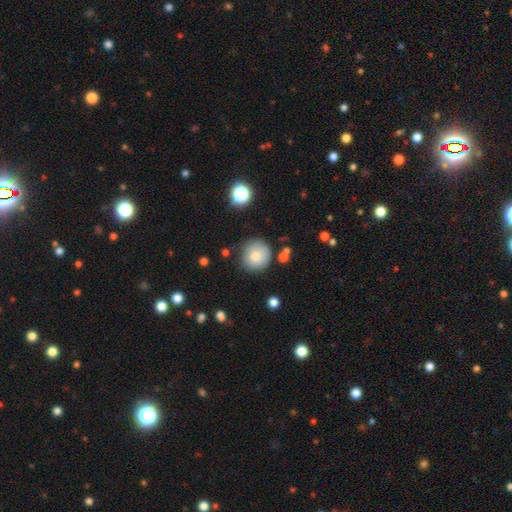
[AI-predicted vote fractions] Smooth or featured? smooth (76%)
How rounded? round (92%)
Merging? none (78%)